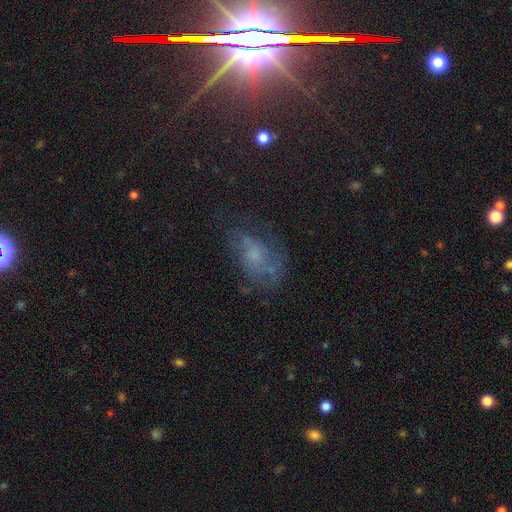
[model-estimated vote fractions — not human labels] Smooth or featured?
  - smooth: 39% *
  - featured or disk: 37%
  - star or artifact: 24%
Merging?
  - none: 50% *
  - minor disturbance: 24%
  - major disturbance: 23%
  - merger: 3%